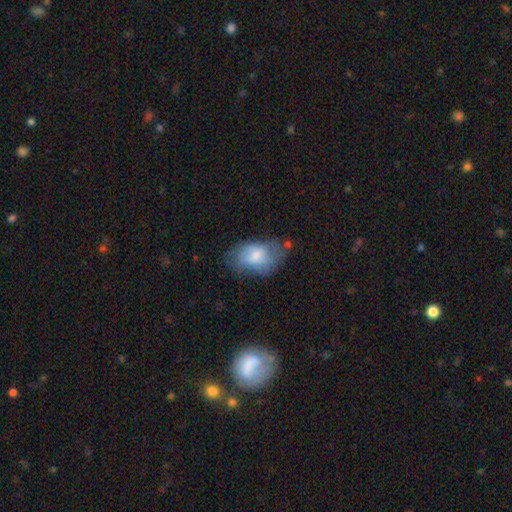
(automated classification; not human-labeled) This appears to be a smooth galaxy with no disk features (66%) that is in between round and cigar-shaped (89%). Merging: none (46%).